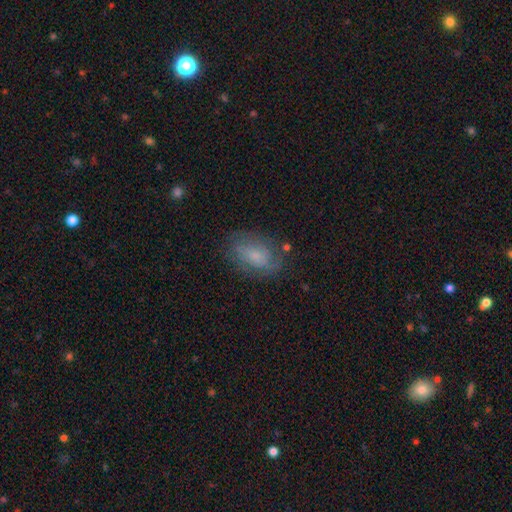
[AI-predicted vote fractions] smooth_or_featured: smooth (p=0.55) [alt: featured or disk p=0.36]
how_rounded: in between (p=0.85) [alt: round p=0.12]
merging: none (p=0.67) [alt: minor disturbance p=0.21]